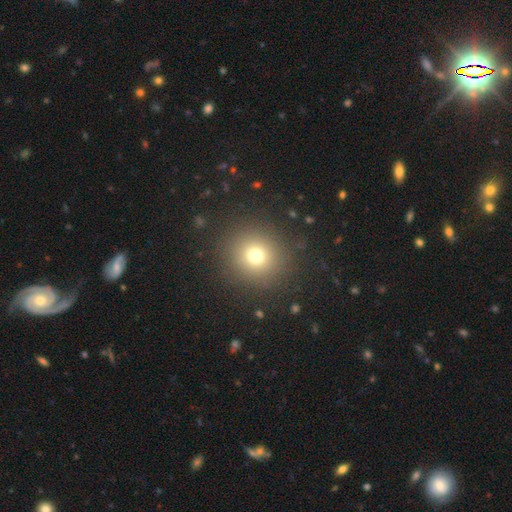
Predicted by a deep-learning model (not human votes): A smooth galaxy with no disk features (72%) that is round (92%). Merging: none (88%).